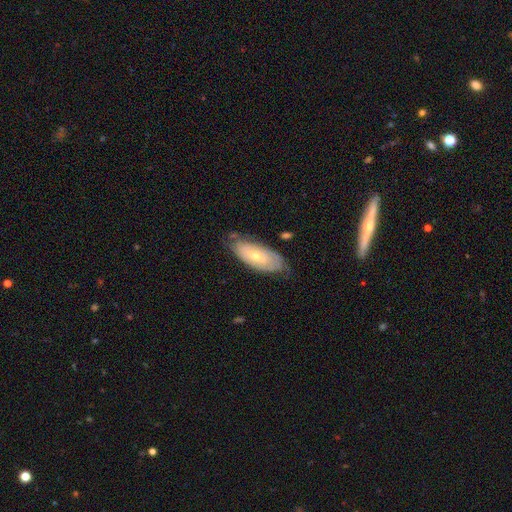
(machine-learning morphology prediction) Smooth or featured? Predicted: featured or disk (p=0.54). Edge-on disk? Predicted: no (p=0.84). Merging? Predicted: none (p=0.68).